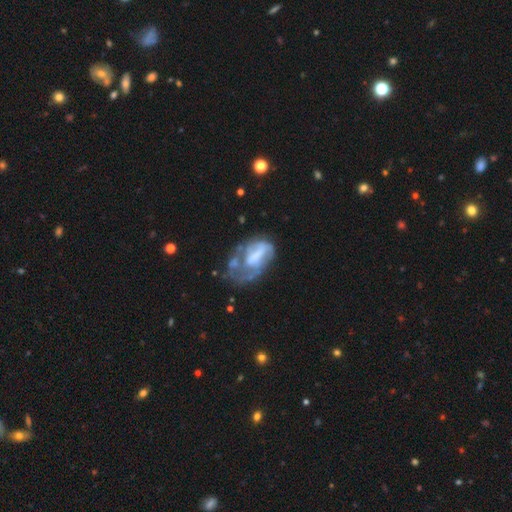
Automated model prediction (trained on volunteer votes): Overall: featured or disk (62%; smooth 29%). Edge-on disk: no (96%). Bar: no (52%; weak 30%). Spiral arms: no (61%; yes 39%). Bulge size: none (43%; moderate 24%). Merging: major disturbance (38%; none 26%).